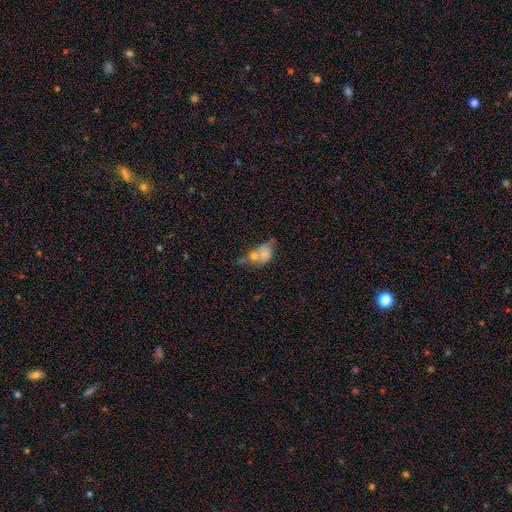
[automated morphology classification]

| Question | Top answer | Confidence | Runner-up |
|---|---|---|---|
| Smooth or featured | smooth | 51% | featured or disk (31%) |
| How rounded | in between | 68% | round (25%) |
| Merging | merger | 46% | none (24%) |